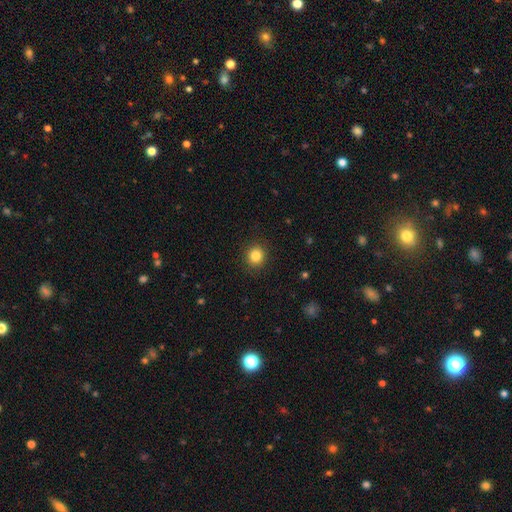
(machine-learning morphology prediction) smooth_or_featured: smooth (p=0.84) [alt: star or artifact p=0.11]
how_rounded: round (p=0.87) [alt: in between p=0.12]
merging: none (p=0.90) [alt: minor disturbance p=0.06]